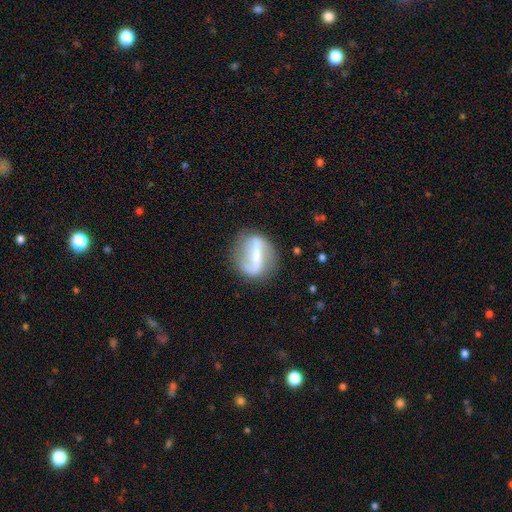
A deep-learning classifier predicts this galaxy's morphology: Q: Smooth or featured?
A: featured or disk (72%); runner-up: smooth (21%)
Q: Edge-on disk?
A: no (86%); runner-up: yes (14%)
Q: Bar?
A: strong (78%); runner-up: weak (15%)
Q: Spiral arms?
A: yes (53%); runner-up: no (47%)
Q: Bulge size?
A: small (46%); runner-up: moderate (28%)
Q: Merging?
A: none (75%); runner-up: minor disturbance (15%)